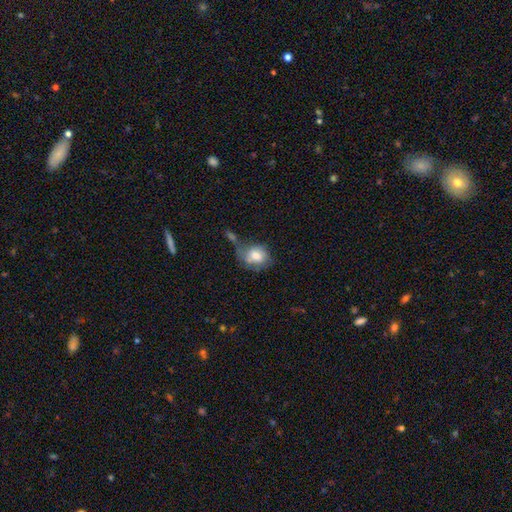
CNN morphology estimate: smooth 73%, featured or disk 20%, star or artifact 8%. Down the decision tree: how rounded — round (53%); merging — none (35%).